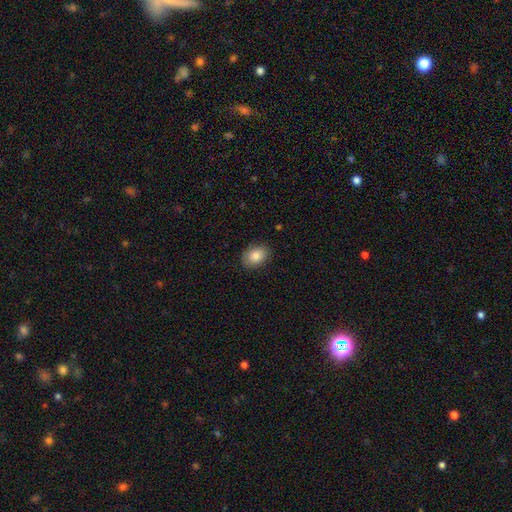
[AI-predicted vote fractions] smooth-or-featured: smooth: 85% | featured or disk: 7% | star or artifact: 7%
  how-rounded: in between: 79% | round: 20% | cigar-shaped: 1%
  merging: none: 86% | minor disturbance: 10% | major disturbance: 2% | merger: 1%